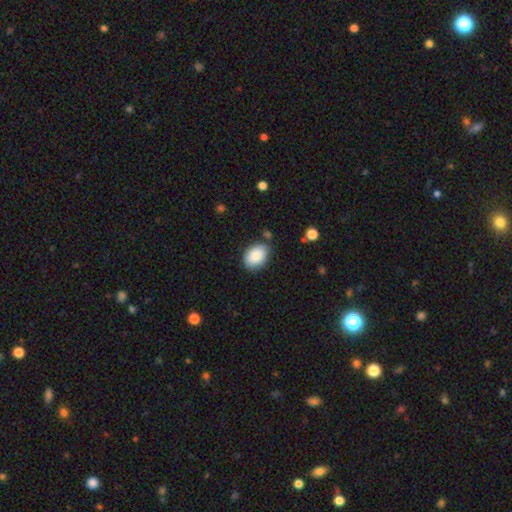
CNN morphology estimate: Smooth or featured?
  - smooth: 84% *
  - featured or disk: 9%
  - star or artifact: 7%
How rounded?
  - in between: 81% *
  - round: 18%
  - cigar-shaped: 1%
Merging?
  - none: 78% *
  - minor disturbance: 16%
  - merger: 3%
  - major disturbance: 3%